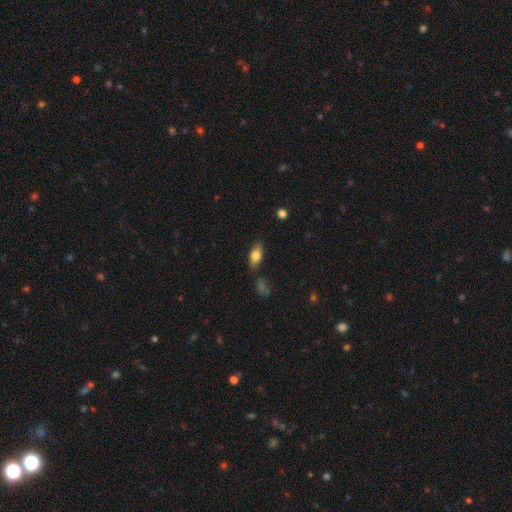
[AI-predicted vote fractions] Smooth or featured? Predicted: smooth (p=0.69). How rounded? Predicted: in between (p=0.79). Merging? Predicted: none (p=0.79).